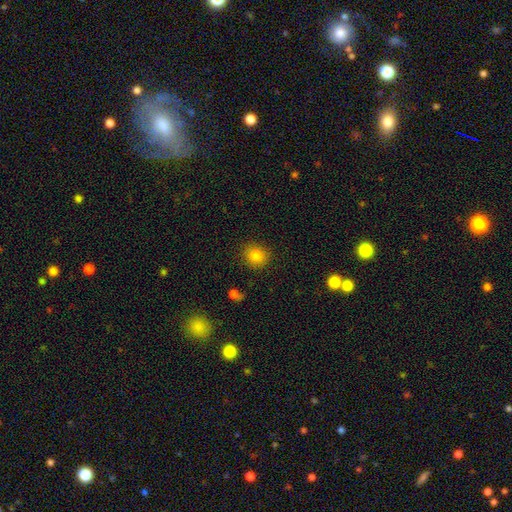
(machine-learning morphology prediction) smooth-or-featured: smooth: 83% | star or artifact: 12% | featured or disk: 6%
  how-rounded: round: 84% | in between: 15% | cigar-shaped: 1%
  merging: none: 88% | minor disturbance: 8% | major disturbance: 2% | merger: 2%